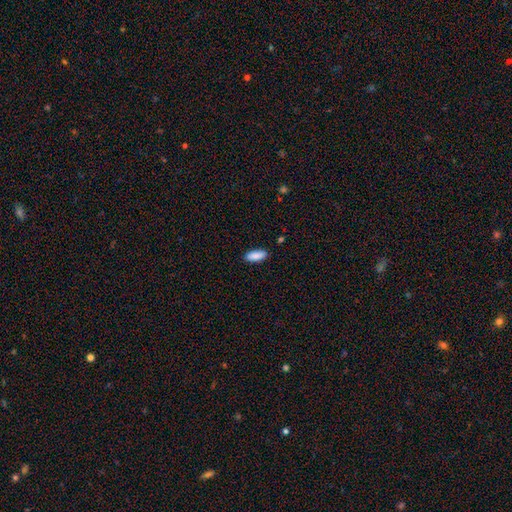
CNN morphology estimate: The model was most divided on "how rounded": in between: 80%, cigar-shaped: 19%, round: 2%. More confident: smooth or featured — smooth (90%); merging — none (88%).